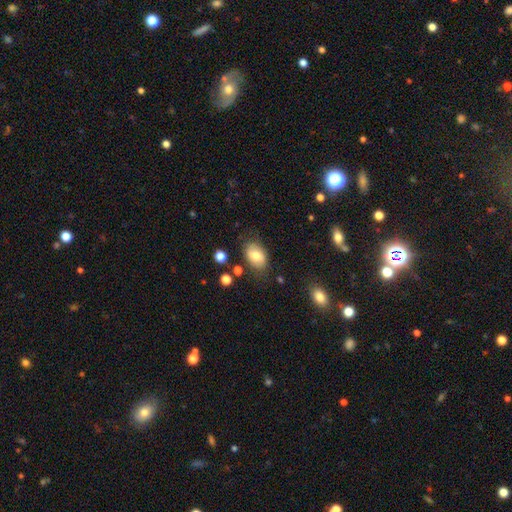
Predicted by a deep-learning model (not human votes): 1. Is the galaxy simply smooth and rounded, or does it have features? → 69% smooth, 23% featured or disk, 8% star or artifact.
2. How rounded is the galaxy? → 83% in between, 16% round, 1% cigar-shaped.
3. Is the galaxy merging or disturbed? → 76% none, 17% minor disturbance, 5% major disturbance, 2% merger.